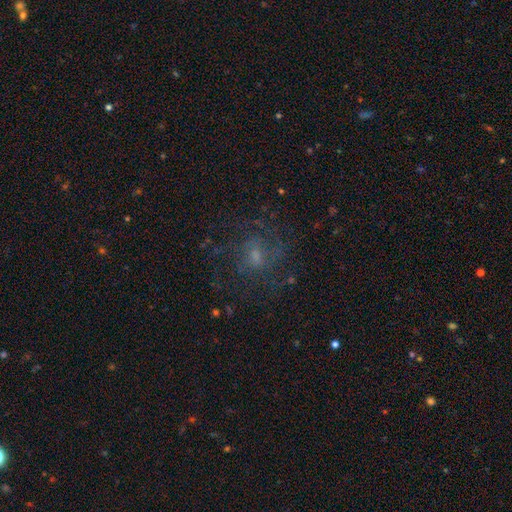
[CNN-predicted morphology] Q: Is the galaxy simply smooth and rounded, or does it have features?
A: featured or disk — 55%.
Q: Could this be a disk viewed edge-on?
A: no — 97%.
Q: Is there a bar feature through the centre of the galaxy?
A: no — 53%.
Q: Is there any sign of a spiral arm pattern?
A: yes — 72%.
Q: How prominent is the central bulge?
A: small — 45%.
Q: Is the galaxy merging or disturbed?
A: none — 62%.